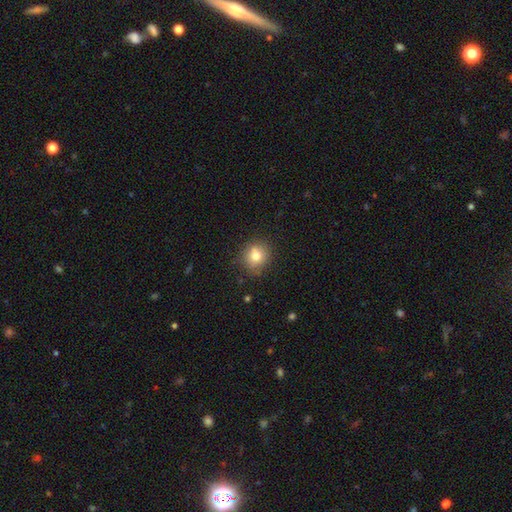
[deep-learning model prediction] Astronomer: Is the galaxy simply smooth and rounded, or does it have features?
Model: smooth — 77%.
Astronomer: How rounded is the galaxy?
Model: round — 85%.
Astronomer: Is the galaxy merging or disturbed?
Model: none — 78%.